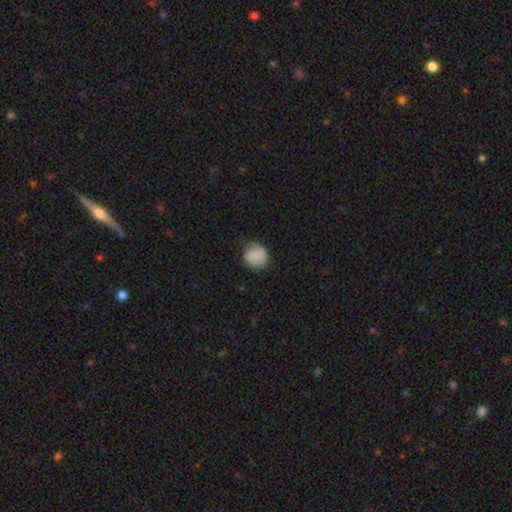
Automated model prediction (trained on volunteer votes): Smooth or featured: smooth — 79% (featured or disk — 13%)
How rounded: round — 81% (in between — 18%)
Merging: none — 59% (minor disturbance — 30%)